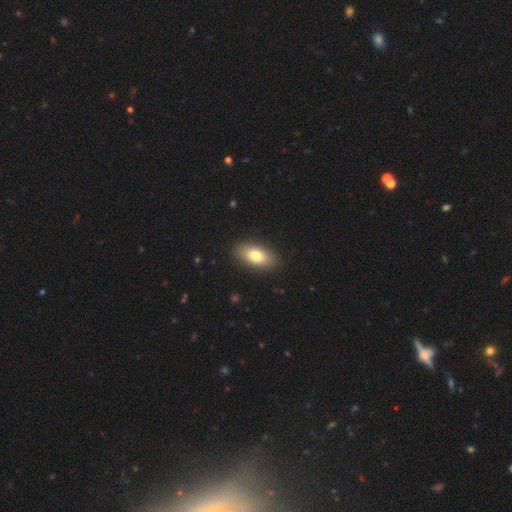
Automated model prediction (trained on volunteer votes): Smooth or featured? smooth (78%)
How rounded? in between (89%)
Merging? none (89%)